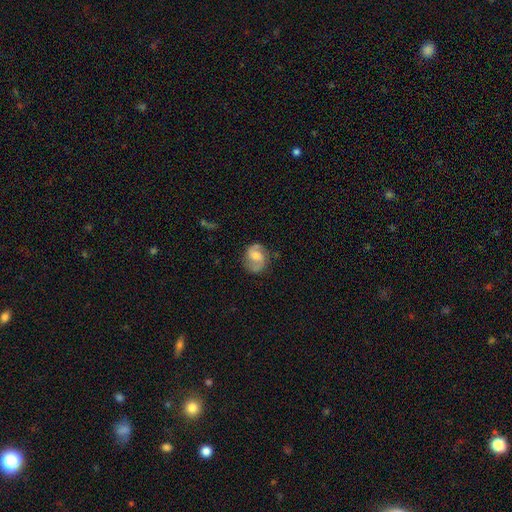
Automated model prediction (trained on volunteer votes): Smooth or featured? Predicted: featured or disk (p=0.76). Edge-on disk? Predicted: no (p=0.98). Bar? Predicted: weak (p=0.47). Spiral arms? Predicted: yes (p=0.95). Spiral winding? Predicted: medium (p=0.53). Spiral arm count? Predicted: 2 (p=0.90). Bulge size? Predicted: moderate (p=0.49). Merging? Predicted: none (p=0.79).